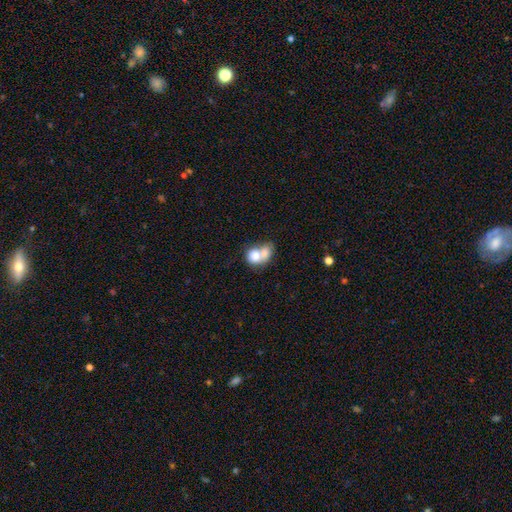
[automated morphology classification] Smooth or featured? Predicted: smooth (p=0.74). How rounded? Predicted: round (p=0.51). Merging? Predicted: merger (p=0.73).